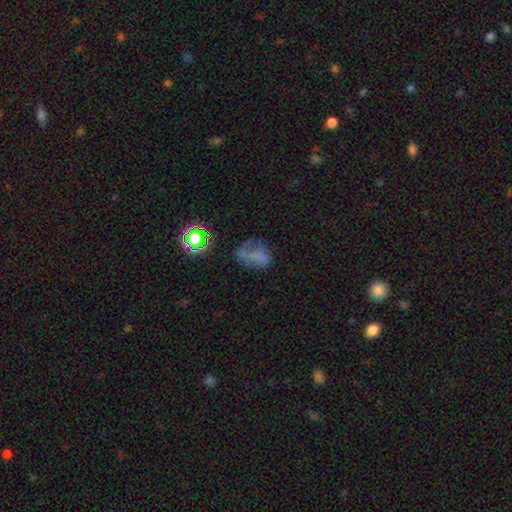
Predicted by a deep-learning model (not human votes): Morphology: type=smooth (47%); merging=none (41%).